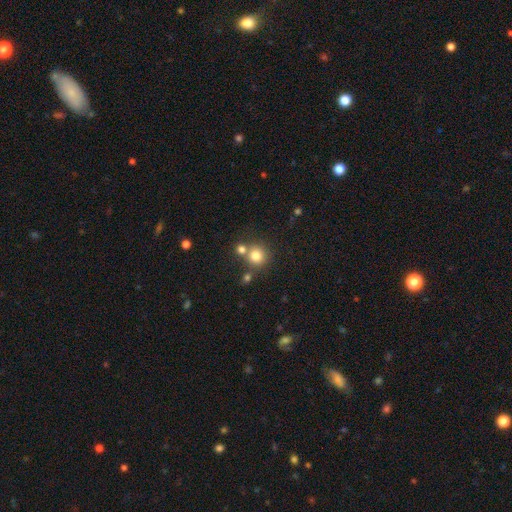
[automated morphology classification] Smooth or featured? smooth (78%)
How rounded? round (91%)
Merging? none (63%)